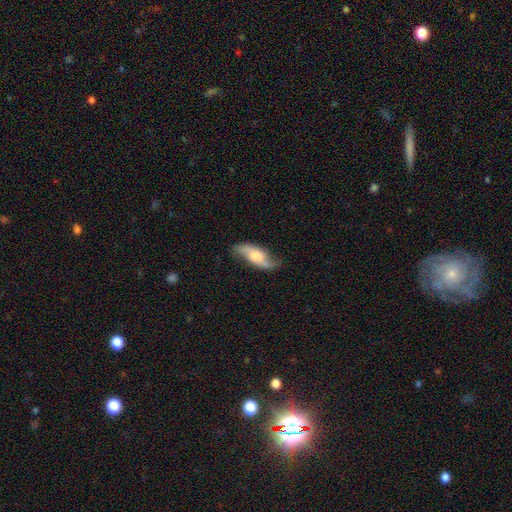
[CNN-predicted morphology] A featured or disk galaxy (65%) with no bar (61%), 2 (89%) loose (67%) spiral arms (92%) and a moderate central bulge (41%).

Vote fractions:
- Smooth or featured? featured or disk: 65% / smooth: 29% / star or artifact: 6%
- Edge-on disk? no: 87% / yes: 13%
- Bar? no: 61% / weak: 30% / strong: 9%
- Spiral arms? yes: 92% / no: 8%
- Spiral winding? loose: 67% / medium: 25% / tight: 8%
- Spiral arm count? 2: 89% / can't tell: 5% / 1: 3% / 3: 1% / 4: 1% / more than 4: 1%
- Bulge size? moderate: 41% / small: 30% / large: 16% / none: 10% / dominant: 3%
- Merging? none: 71% / minor disturbance: 20% / major disturbance: 8% / merger: 2%